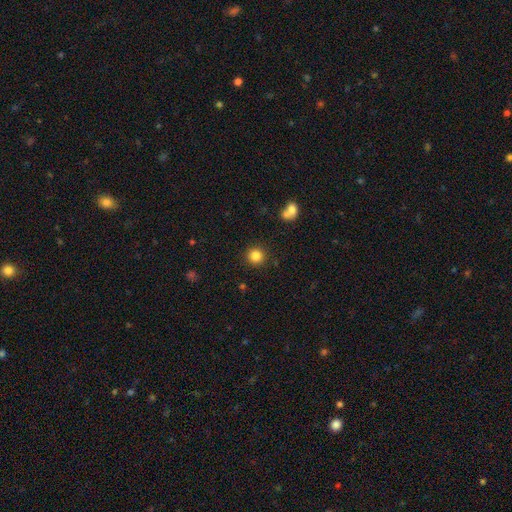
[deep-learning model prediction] smooth 84%, star or artifact 11%, featured or disk 5%. Down the decision tree: how rounded — round (93%); merging — none (89%).